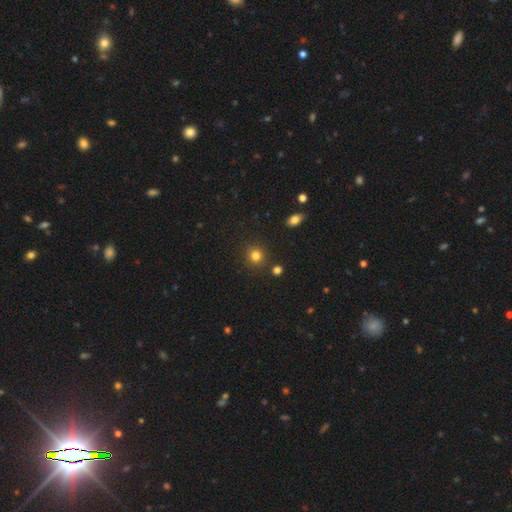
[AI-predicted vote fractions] Overall: smooth (81%). How rounded: round (89%). Merging: none (86%).